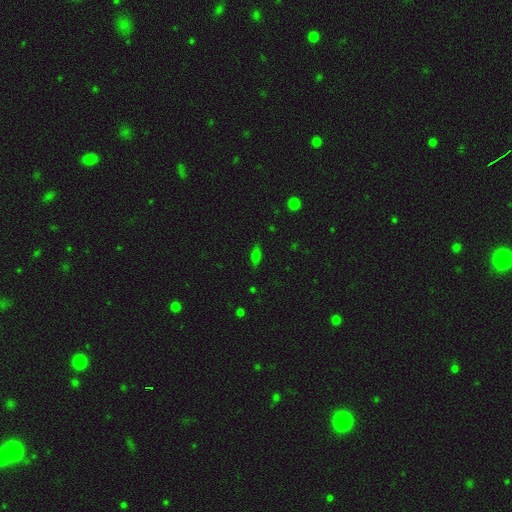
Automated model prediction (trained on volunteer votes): Morphology: type=smooth (57%); roundness=in between (64%); merging=none (84%).